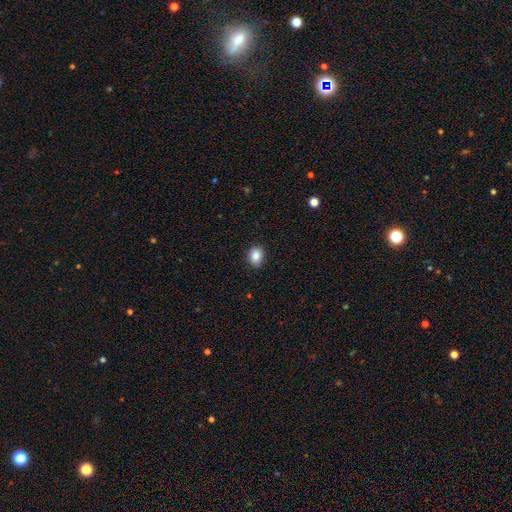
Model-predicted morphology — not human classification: type=smooth (85%); roundness=round (51%); merging=none (85%).